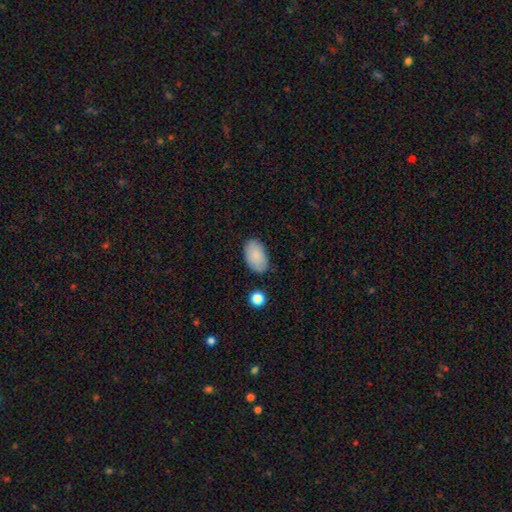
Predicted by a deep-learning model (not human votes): This appears to be a smooth galaxy with no disk features (87%) that is in between round and cigar-shaped (94%). Merging: none (80%).